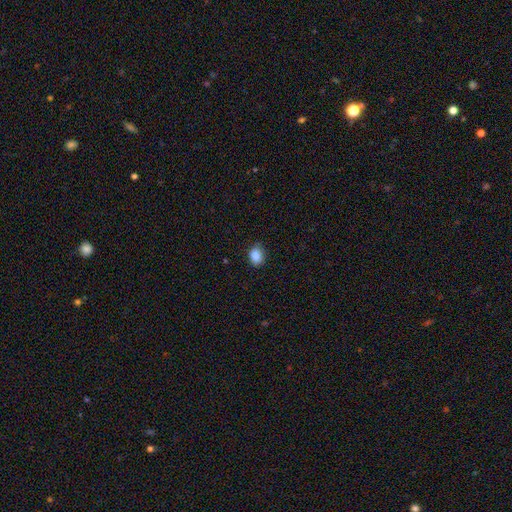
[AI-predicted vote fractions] Overall: smooth (88%). How rounded: in between (65%; round 34%). Merging: none (80%).